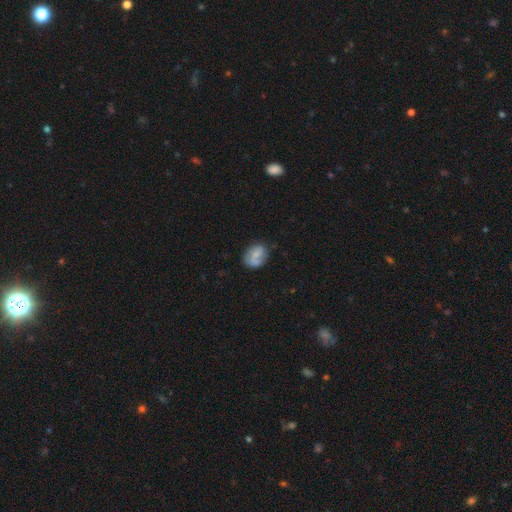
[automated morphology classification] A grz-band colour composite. It shows a smooth galaxy with no disk features (58%) that is in between round and cigar-shaped (54%). Merging: none (57%).